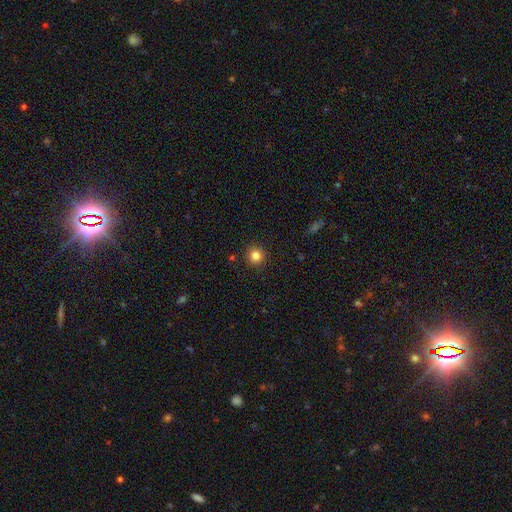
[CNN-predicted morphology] The model was most divided on "smooth or featured": smooth: 83%, star or artifact: 12%, featured or disk: 5%. More confident: how rounded — round (95%); merging — none (91%).